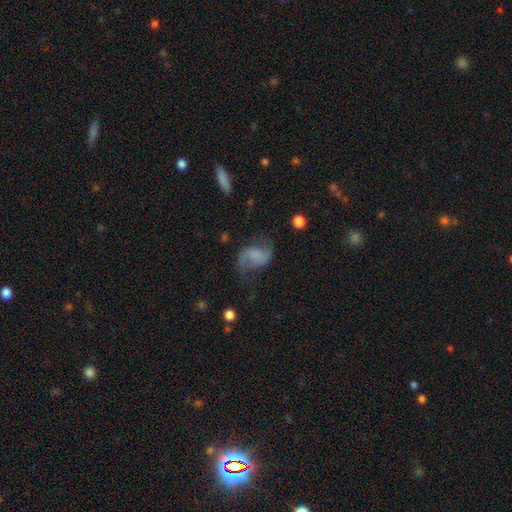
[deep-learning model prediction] Smooth or featured? Predicted: featured or disk (p=0.69). Edge-on disk? Predicted: no (p=0.98). Bar? Predicted: no (p=0.52). Spiral arms? Predicted: yes (p=0.92). Spiral winding? Predicted: loose (p=0.61). Spiral arm count? Predicted: 2 (p=0.89). Bulge size? Predicted: none (p=0.55). Merging? Predicted: none (p=0.59).